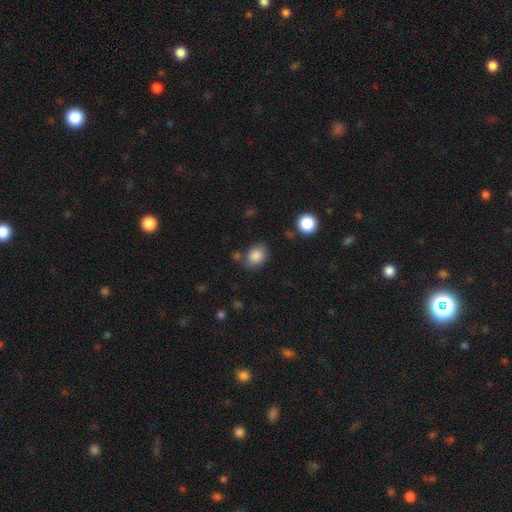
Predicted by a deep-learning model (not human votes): Smooth or featured?
  - smooth: 85% *
  - star or artifact: 9%
  - featured or disk: 6%
How rounded?
  - in between: 54% *
  - round: 45%
  - cigar-shaped: 1%
Merging?
  - none: 68% *
  - minor disturbance: 18%
  - merger: 8%
  - major disturbance: 5%